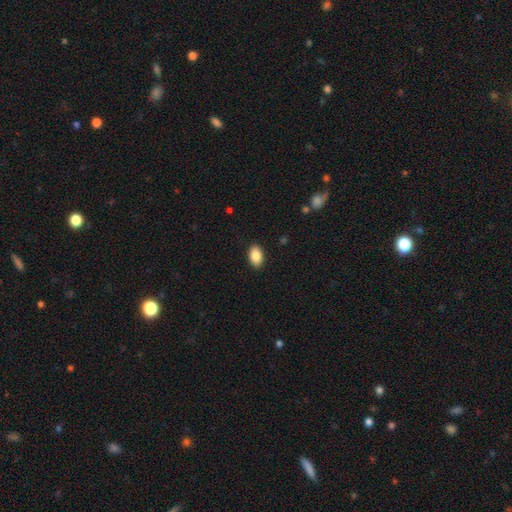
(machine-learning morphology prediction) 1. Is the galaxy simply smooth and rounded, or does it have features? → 87% smooth, 7% star or artifact, 6% featured or disk.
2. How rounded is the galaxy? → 92% in between, 7% round, 1% cigar-shaped.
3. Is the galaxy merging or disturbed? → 90% none, 7% minor disturbance, 2% major disturbance, 1% merger.